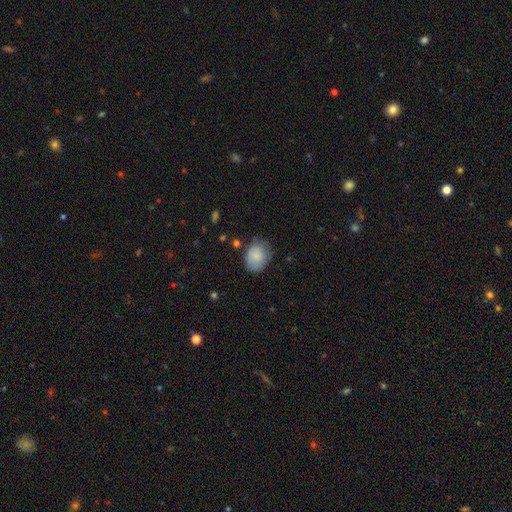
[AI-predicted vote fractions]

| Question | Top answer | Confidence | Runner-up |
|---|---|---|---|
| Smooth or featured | smooth | 84% | featured or disk (9%) |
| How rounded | in between | 56% | round (43%) |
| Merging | none | 66% | minor disturbance (25%) |